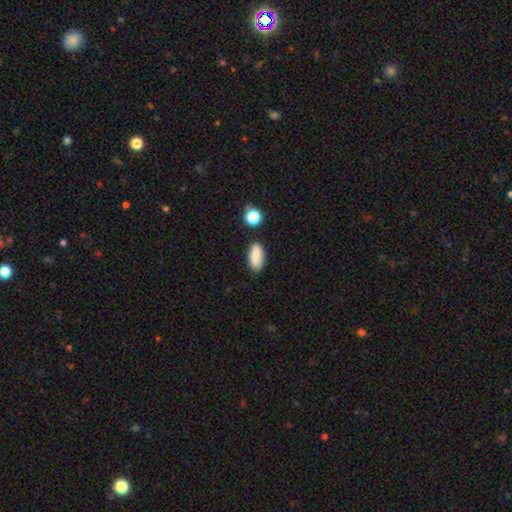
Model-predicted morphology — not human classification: This appears to be a smooth galaxy with no disk features (84%) that is in between round and cigar-shaped (87%). Merging: none (80%).